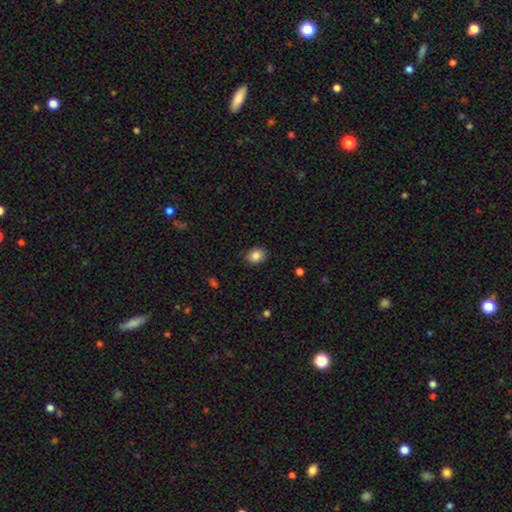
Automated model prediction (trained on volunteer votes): smooth_or_featured: smooth (p=0.87) [alt: star or artifact p=0.09]
how_rounded: in between (p=0.58) [alt: round p=0.41]
merging: none (p=0.85) [alt: minor disturbance p=0.12]